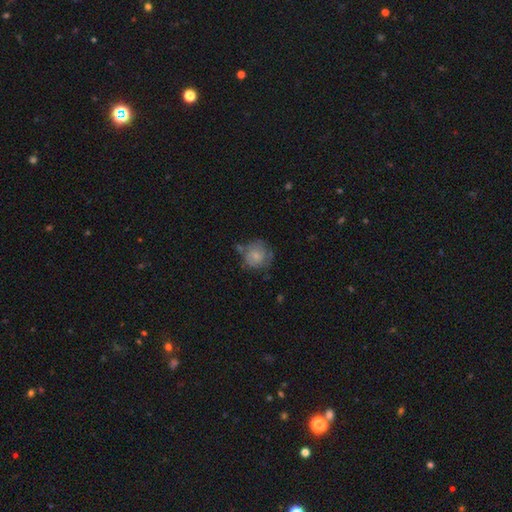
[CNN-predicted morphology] The model was most divided on "smooth or featured": smooth: 50%, featured or disk: 42%, star or artifact: 8%. More confident: how rounded — round (85%); merging — none (56%).